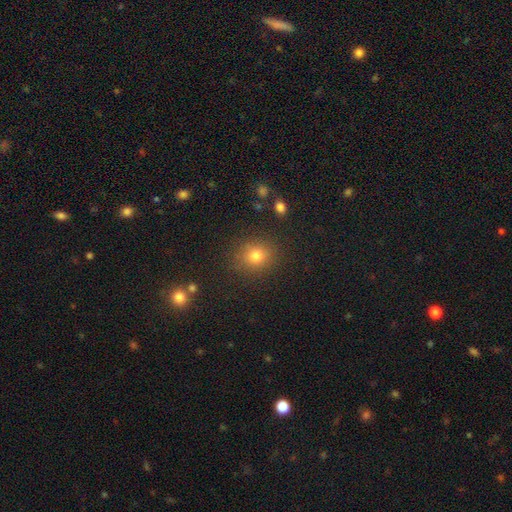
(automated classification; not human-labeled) smooth 78%, star or artifact 15%, featured or disk 7%. Down the decision tree: how rounded — round (73%); merging — none (87%).